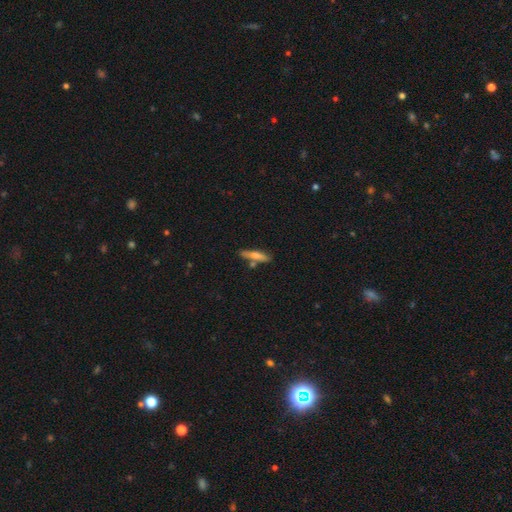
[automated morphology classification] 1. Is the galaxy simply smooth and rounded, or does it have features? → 65% smooth, 29% featured or disk, 6% star or artifact.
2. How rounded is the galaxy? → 81% cigar-shaped, 17% in between, 2% round.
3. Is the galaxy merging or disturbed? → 73% none, 13% minor disturbance, 11% merger, 3% major disturbance.